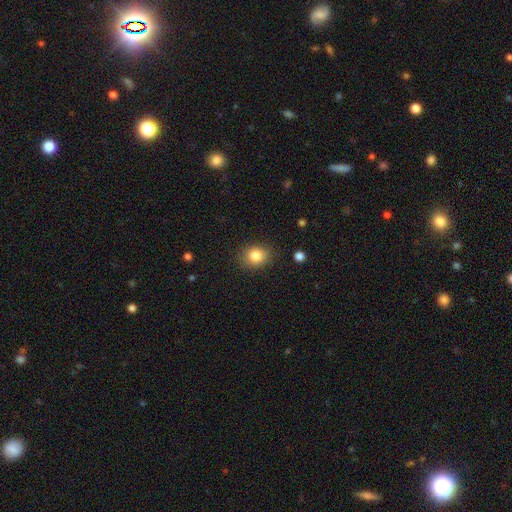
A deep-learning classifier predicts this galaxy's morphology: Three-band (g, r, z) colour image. It shows a smooth galaxy with no disk features (83%) that is round (59%). Merging: none (85%).